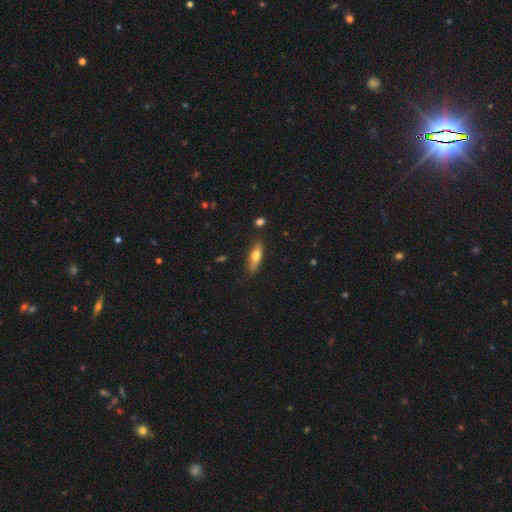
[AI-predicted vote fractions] A smooth galaxy with no disk features (59%) that is cigar-shaped (51%).

Vote fractions:
- Smooth or featured? smooth: 59% / featured or disk: 34% / star or artifact: 7%
- How rounded? cigar-shaped: 51% / in between: 46% / round: 3%
- Merging? none: 82% / minor disturbance: 13% / major disturbance: 3% / merger: 2%